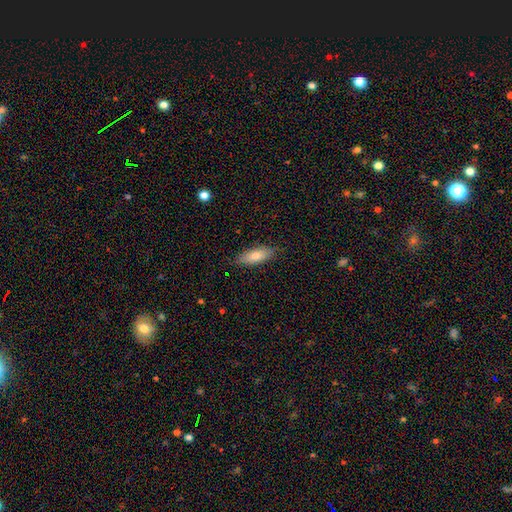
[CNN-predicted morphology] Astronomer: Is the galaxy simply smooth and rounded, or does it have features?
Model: smooth — 75%.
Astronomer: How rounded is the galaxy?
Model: in between — 66%.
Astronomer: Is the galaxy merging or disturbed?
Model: none — 86%.